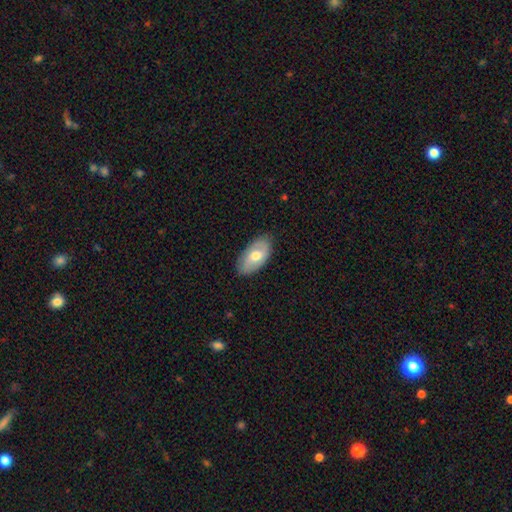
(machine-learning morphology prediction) type=smooth (55%); roundness=in between (94%); merging=none (83%).